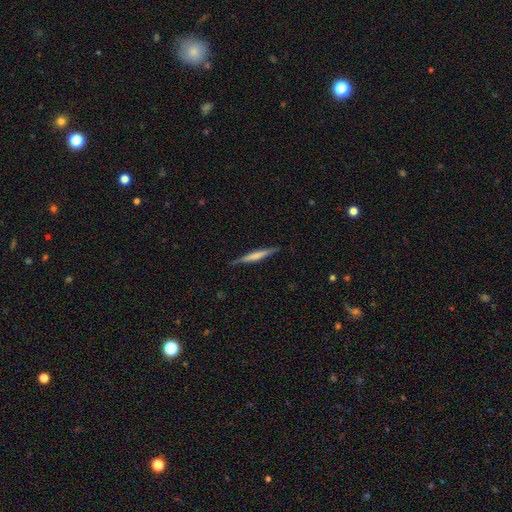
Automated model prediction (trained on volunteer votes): A featured or disk galaxy (49%).

Vote fractions:
- Smooth or featured? featured or disk: 49% / smooth: 45% / star or artifact: 6%
- Merging? none: 86% / minor disturbance: 11% / major disturbance: 2% / merger: 1%